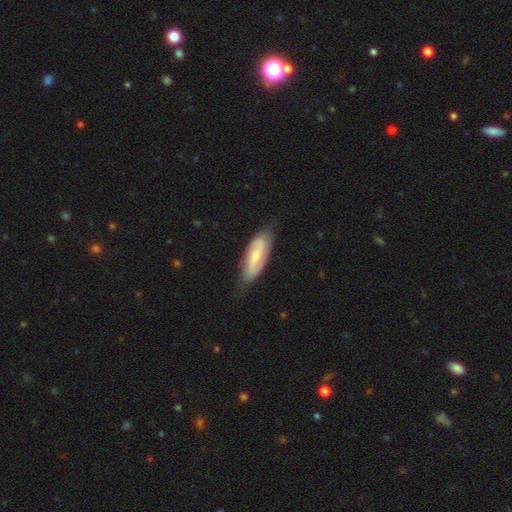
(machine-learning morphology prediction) Q: Smooth or featured?
A: featured or disk (64%); runner-up: smooth (30%)
Q: Edge-on disk?
A: no (89%); runner-up: yes (11%)
Q: Bar?
A: weak (46%); runner-up: no (30%)
Q: Spiral arms?
A: yes (88%); runner-up: no (12%)
Q: Spiral winding?
A: medium (40%); runner-up: loose (33%)
Q: Spiral arm count?
A: 2 (83%); runner-up: can't tell (12%)
Q: Bulge size?
A: small (59%); runner-up: moderate (32%)
Q: Merging?
A: none (77%); runner-up: minor disturbance (19%)